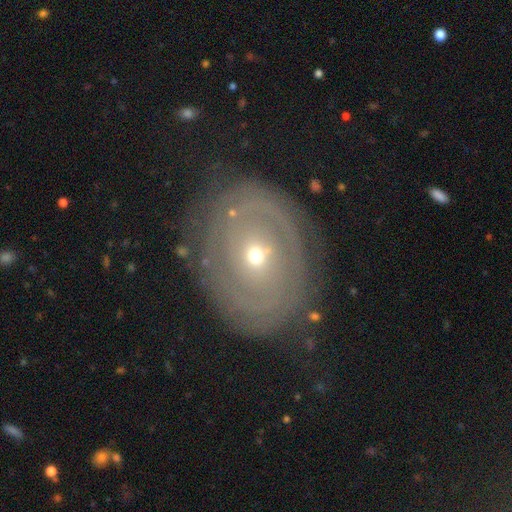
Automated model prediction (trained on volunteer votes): A featured or disk galaxy (76%) with no bar (71%), spiral arms (68%) and a small central bulge (66%). Merging: none (79%).